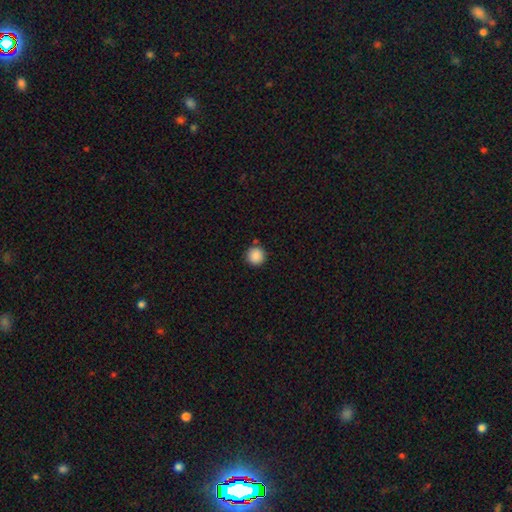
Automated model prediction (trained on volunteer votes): This is clearly a smooth galaxy (88%). How rounded: clearly round (95%). Merging: clearly none (86%).